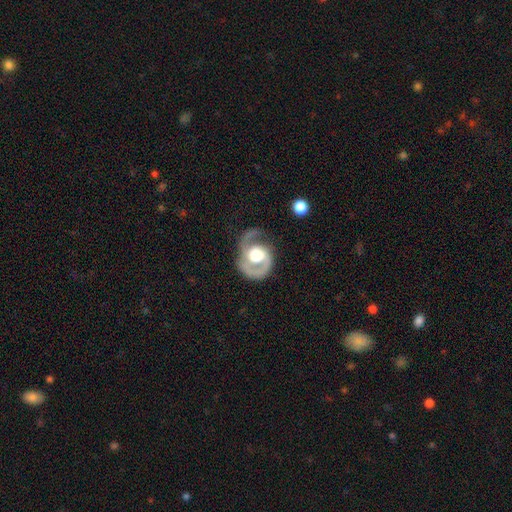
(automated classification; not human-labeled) Smooth or featured? Predicted: featured or disk (p=0.89). Edge-on disk? Predicted: no (p=0.98). Bar? Predicted: no (p=0.62). Spiral arms? Predicted: yes (p=0.96). Spiral winding? Predicted: medium (p=0.52). Spiral arm count? Predicted: 2 (p=0.83). Bulge size? Predicted: moderate (p=0.48). Merging? Predicted: none (p=0.63).